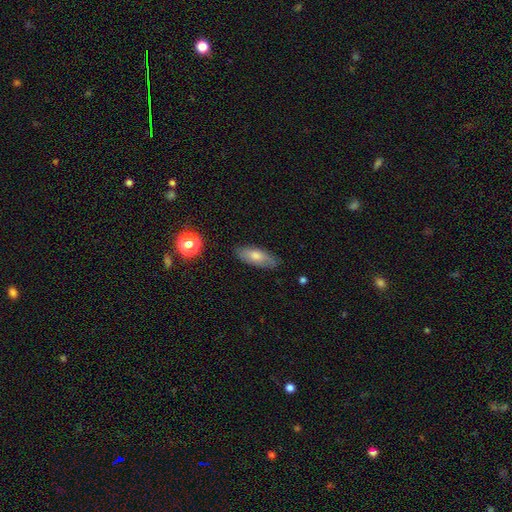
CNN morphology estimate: smooth-or-featured: smooth: 67% | featured or disk: 24% | star or artifact: 9%
  how-rounded: in between: 73% | cigar-shaped: 23% | round: 4%
  merging: none: 84% | minor disturbance: 12% | major disturbance: 2% | merger: 1%